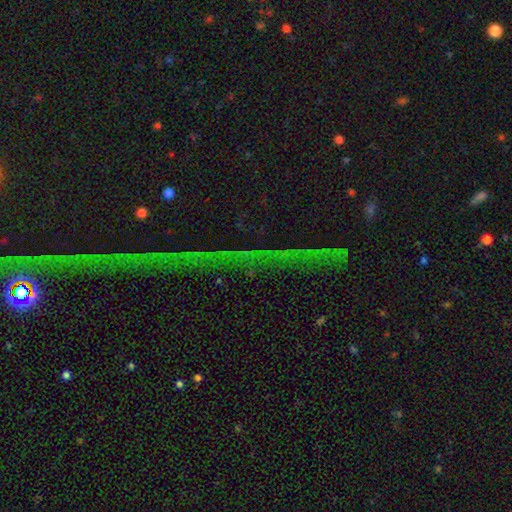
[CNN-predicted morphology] type=star or artifact (84%).